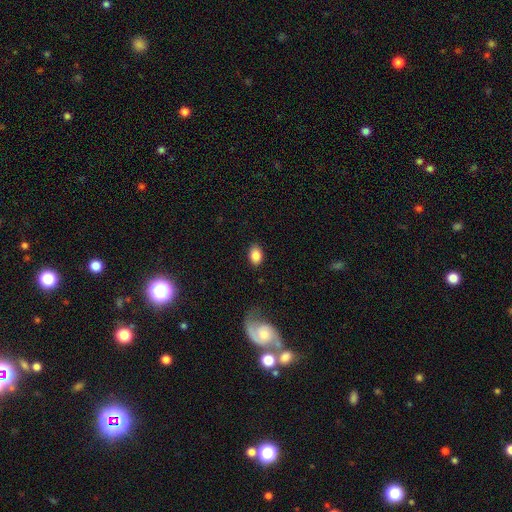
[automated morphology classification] Q: Smooth or featured?
A: smooth (86%); runner-up: star or artifact (8%)
Q: How rounded?
A: in between (82%); runner-up: round (17%)
Q: Merging?
A: none (86%); runner-up: minor disturbance (10%)